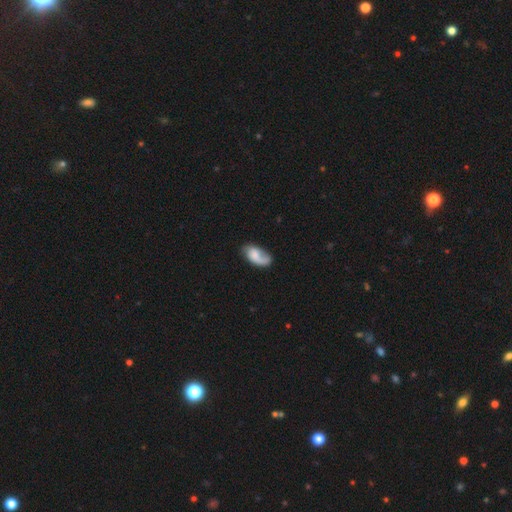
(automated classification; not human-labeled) smooth 49%, featured or disk 44%, star or artifact 7%. Down the decision tree: merging — none (51%).